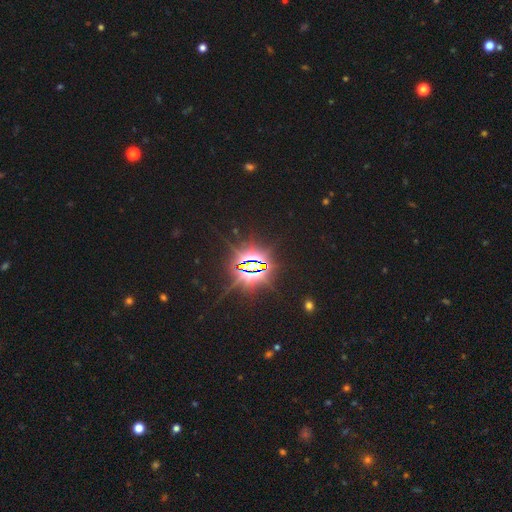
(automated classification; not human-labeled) smooth_or_featured: star or artifact (p=0.85) [alt: featured or disk p=0.08]